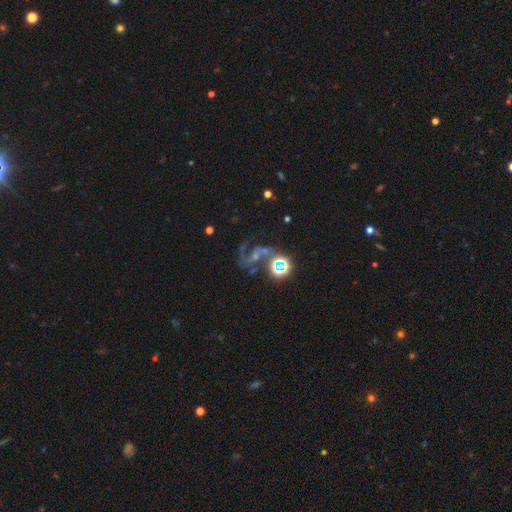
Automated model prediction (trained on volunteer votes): A featured or disk galaxy (58%) with no bar (50%), spiral arms (87%) and a small central bulge (49%). Merging: none (42%).